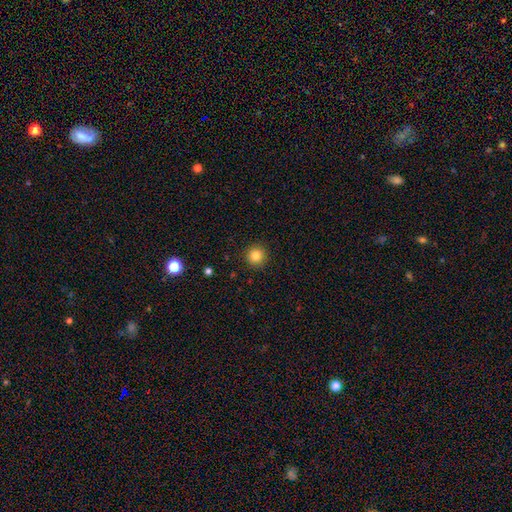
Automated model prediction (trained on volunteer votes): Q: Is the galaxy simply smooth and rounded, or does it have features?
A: smooth — 83%.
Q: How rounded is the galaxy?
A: round — 95%.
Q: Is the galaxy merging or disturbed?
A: none — 92%.